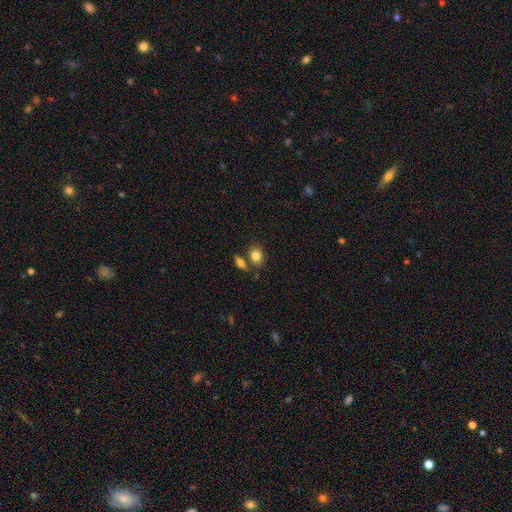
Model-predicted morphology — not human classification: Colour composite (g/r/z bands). It shows a smooth galaxy with no disk features (83%) that is in between round and cigar-shaped (57%). Merging: none (64%).